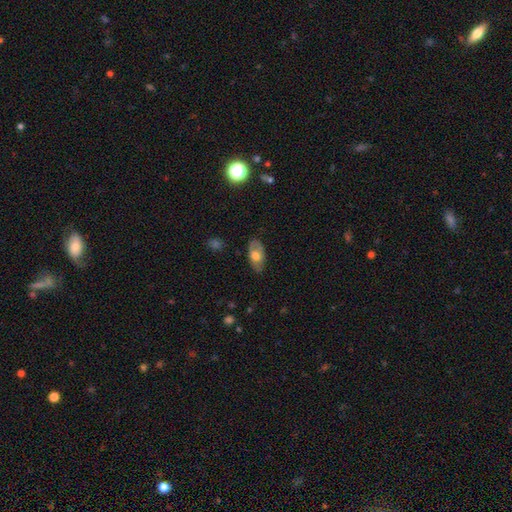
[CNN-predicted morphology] This appears to be a smooth galaxy with no disk features (60%) that is in between round and cigar-shaped (92%). Merging: none (77%).